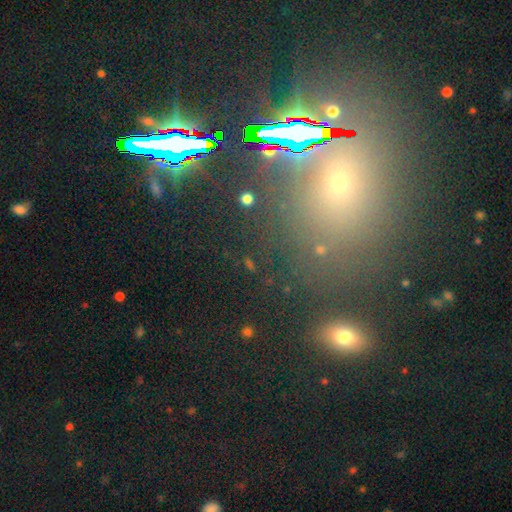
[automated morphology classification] A star or artifact, not a galaxy (60%).